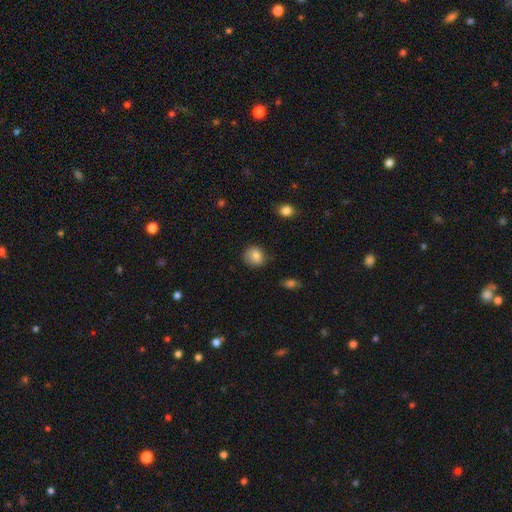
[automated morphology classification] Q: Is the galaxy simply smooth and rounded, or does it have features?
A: smooth — 83%.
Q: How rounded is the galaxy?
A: round — 80%.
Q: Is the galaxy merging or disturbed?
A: none — 77%.